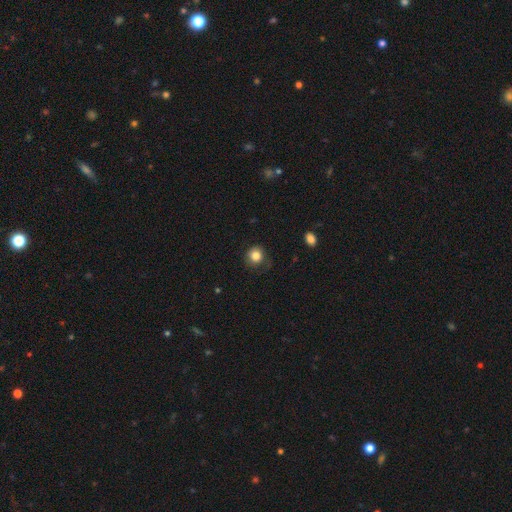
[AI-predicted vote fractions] Smooth or featured: smooth — 83% (star or artifact — 10%)
How rounded: round — 88% (in between — 11%)
Merging: none — 73% (minor disturbance — 18%)